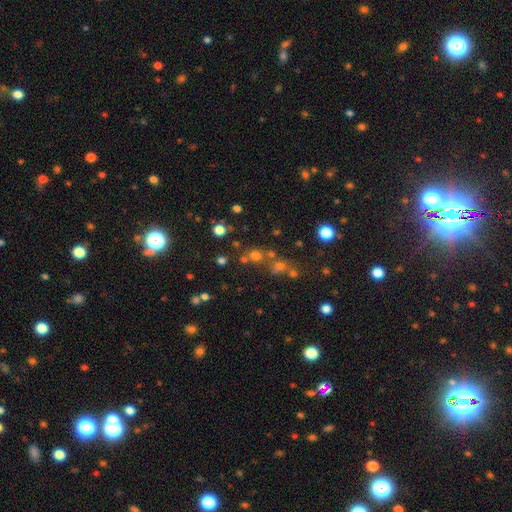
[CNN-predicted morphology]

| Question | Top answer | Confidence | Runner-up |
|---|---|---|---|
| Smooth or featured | smooth | 55% | star or artifact (35%) |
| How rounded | round | 88% | in between (11%) |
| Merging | none | 64% | merger (24%) |